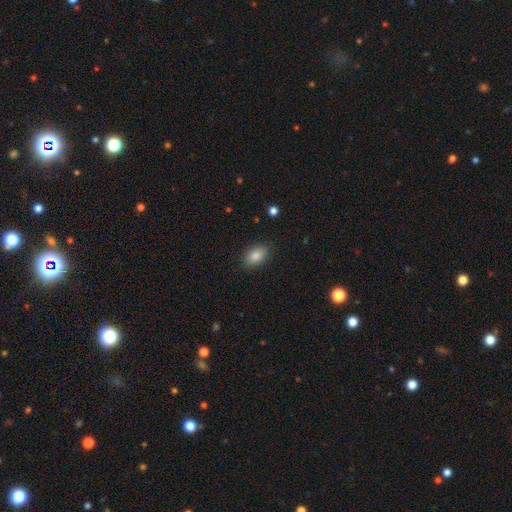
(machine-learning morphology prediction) smooth_or_featured: smooth (p=0.84) [alt: star or artifact p=0.09]
how_rounded: in between (p=0.88) [alt: round p=0.10]
merging: none (p=0.88) [alt: minor disturbance p=0.09]